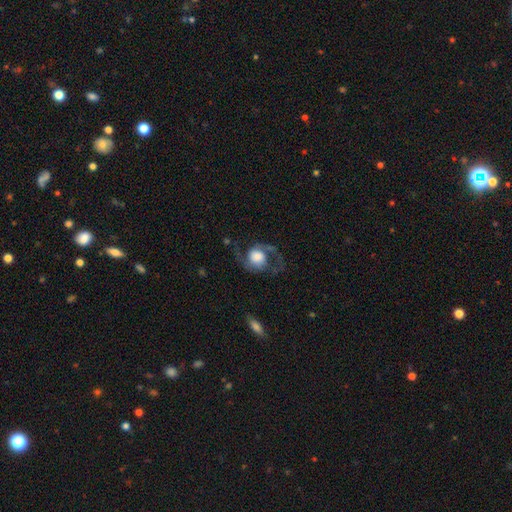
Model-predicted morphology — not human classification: Q: Smooth or featured?
A: featured or disk (73%); runner-up: smooth (20%)
Q: Edge-on disk?
A: no (97%); runner-up: yes (3%)
Q: Bar?
A: no (71%); runner-up: weak (23%)
Q: Spiral arms?
A: yes (90%); runner-up: no (10%)
Q: Spiral winding?
A: loose (45%); runner-up: medium (44%)
Q: Spiral arm count?
A: 2 (89%); runner-up: 1 (5%)
Q: Bulge size?
A: large (51%); runner-up: dominant (21%)
Q: Merging?
A: none (63%); runner-up: major disturbance (18%)